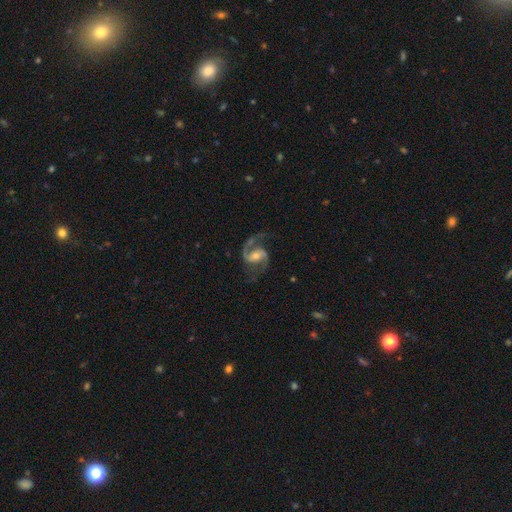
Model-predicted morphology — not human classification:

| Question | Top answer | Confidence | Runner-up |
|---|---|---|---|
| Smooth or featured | featured or disk | 91% | smooth (5%) |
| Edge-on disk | no | 98% | yes (2%) |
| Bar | weak | 43% | no (31%) |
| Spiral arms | yes | 98% | no (2%) |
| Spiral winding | medium | 58% | loose (31%) |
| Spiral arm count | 2 | 91% | 1 (4%) |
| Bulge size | moderate | 50% | small (42%) |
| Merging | none | 73% | minor disturbance (14%) |